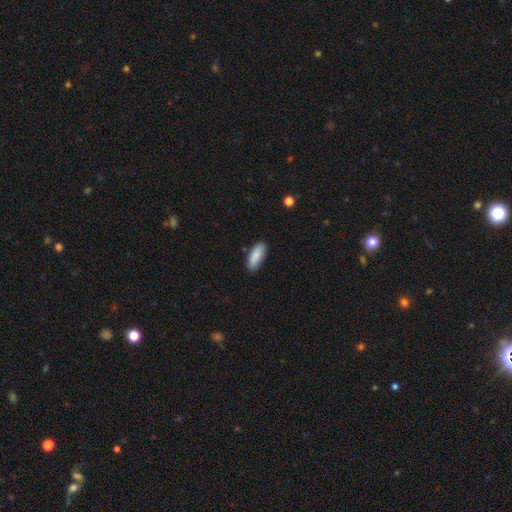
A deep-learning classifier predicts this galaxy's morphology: Overall: smooth (89%). How rounded: in between (77%). Merging: none (86%).